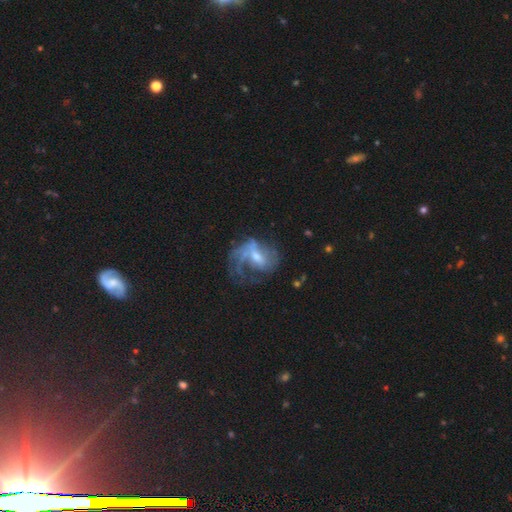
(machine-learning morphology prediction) Smooth or featured?
  - featured or disk: 73% *
  - smooth: 18%
  - star or artifact: 9%
Edge-on disk?
  - no: 97% *
  - yes: 3%
Bar?
  - weak: 50% *
  - no: 33%
  - strong: 18%
Spiral arms?
  - yes: 76% *
  - no: 24%
Spiral winding?
  - medium: 40% *
  - loose: 38%
  - tight: 23%
Spiral arm count?
  - 1: 36% *
  - 2: 26%
  - can't tell: 25%
  - 3: 8%
  - 4: 3%
  - more than 4: 2%
Bulge size?
  - moderate: 49% *
  - small: 36%
  - none: 7%
  - large: 6%
  - dominant: 1%
Merging?
  - major disturbance: 42% *
  - none: 36%
  - minor disturbance: 20%
  - merger: 3%